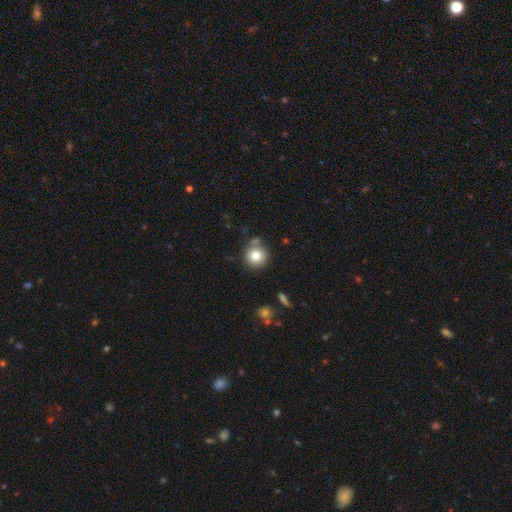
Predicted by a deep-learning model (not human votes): The model was most divided on "merging": none: 77%, minor disturbance: 10%, merger: 10%, major disturbance: 3%. More confident: how rounded — round (94%); smooth or featured — smooth (79%).